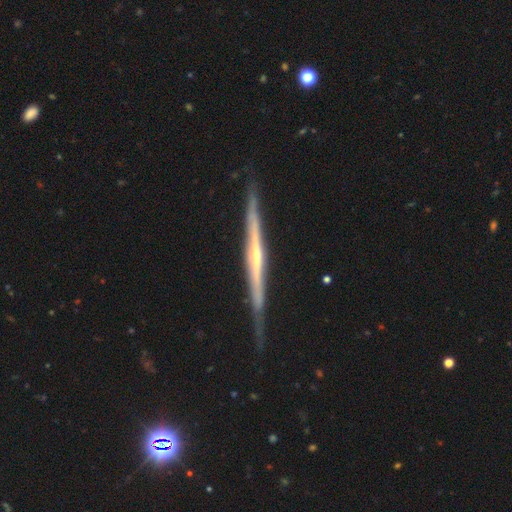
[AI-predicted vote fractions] This is clearly a featured or disk galaxy (82%). It is clearly viewed edge-on (97%). Edge-on bulge: possibly rounded (47%). Merging: clearly none (81%).